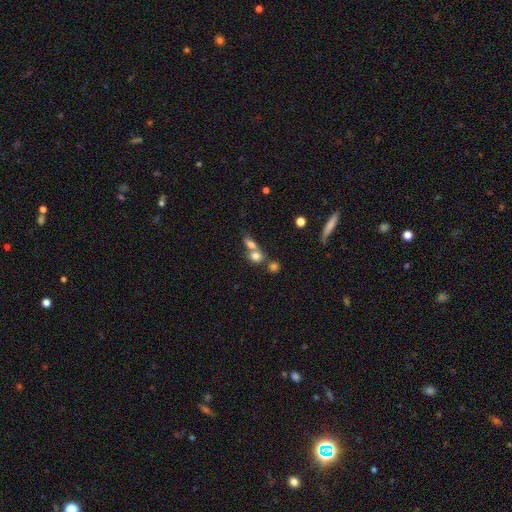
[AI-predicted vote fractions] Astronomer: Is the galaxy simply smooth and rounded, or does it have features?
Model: smooth — 75%.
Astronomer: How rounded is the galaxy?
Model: round — 51% (runner-up: in between, 45%).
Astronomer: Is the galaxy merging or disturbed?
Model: merger — 57%.